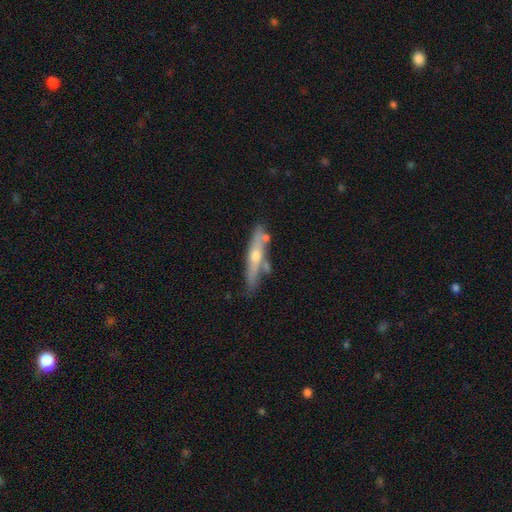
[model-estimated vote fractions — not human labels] A featured or disk galaxy (60%) viewed edge-on (83%).

Vote fractions:
- Smooth or featured? featured or disk: 60% / smooth: 34% / star or artifact: 6%
- Edge-on disk? yes: 83% / no: 17%
- Merging? none: 67% / minor disturbance: 18% / merger: 10% / major disturbance: 4%